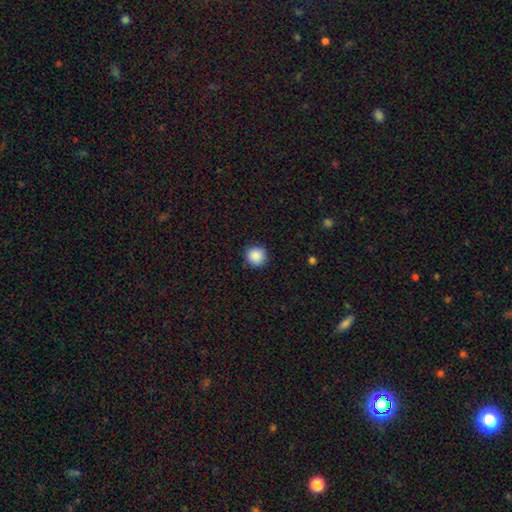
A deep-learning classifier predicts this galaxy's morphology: smooth-or-featured: smooth: 88% | star or artifact: 9% | featured or disk: 3%
  how-rounded: round: 95% | in between: 4% | cigar-shaped: 1%
  merging: none: 91% | minor disturbance: 7% | major disturbance: 2% | merger: 1%